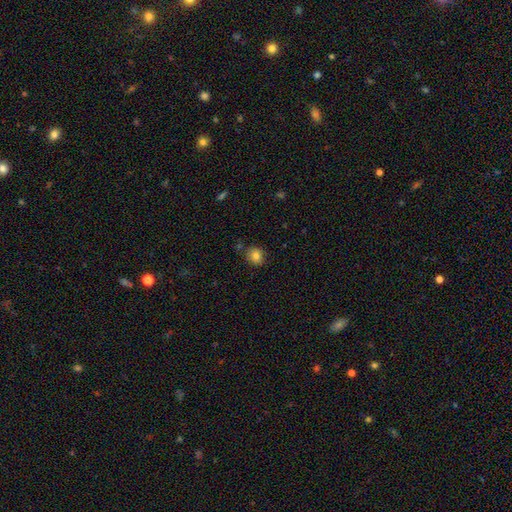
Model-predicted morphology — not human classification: The model was most divided on "how rounded": round: 77%, in between: 22%, cigar-shaped: 1%. More confident: smooth or featured — smooth (82%); merging — none (81%).